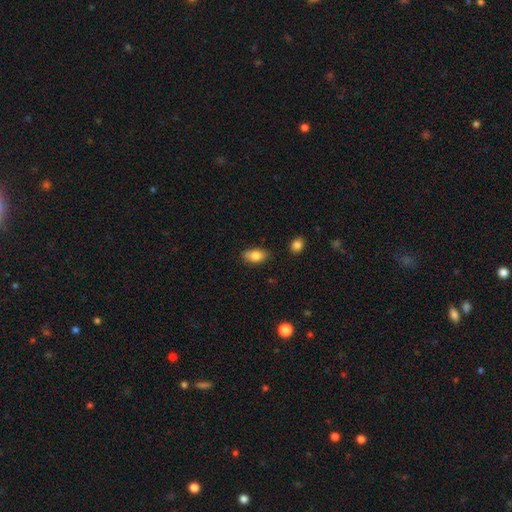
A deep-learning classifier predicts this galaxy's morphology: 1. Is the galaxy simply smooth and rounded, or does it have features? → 82% smooth, 11% featured or disk, 8% star or artifact.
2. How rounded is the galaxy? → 91% in between, 6% round, 3% cigar-shaped.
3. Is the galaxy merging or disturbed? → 81% none, 14% minor disturbance, 2% major disturbance, 2% merger.